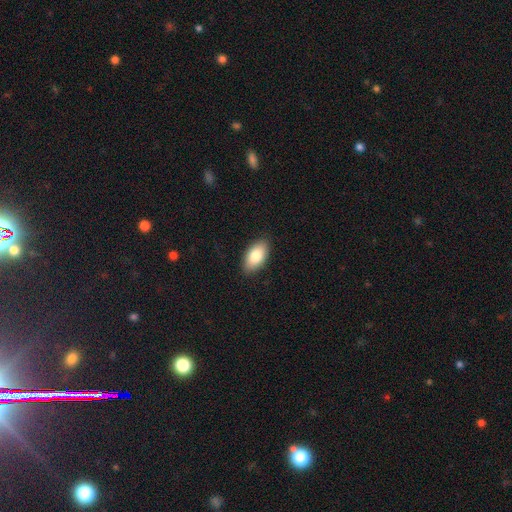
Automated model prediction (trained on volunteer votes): Smooth or featured?
  - smooth: 82% *
  - featured or disk: 11%
  - star or artifact: 7%
How rounded?
  - in between: 94% *
  - round: 4%
  - cigar-shaped: 3%
Merging?
  - none: 88% *
  - minor disturbance: 9%
  - major disturbance: 2%
  - merger: 1%